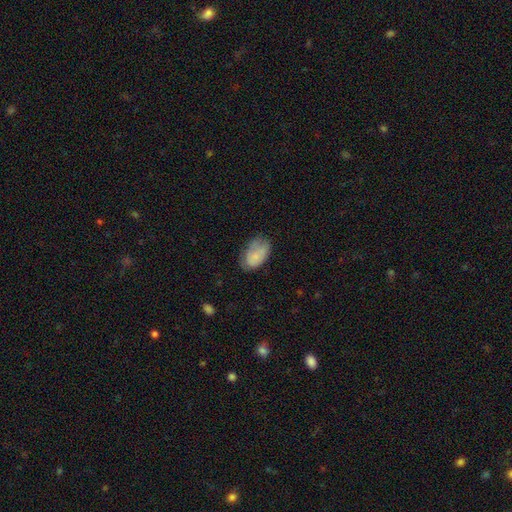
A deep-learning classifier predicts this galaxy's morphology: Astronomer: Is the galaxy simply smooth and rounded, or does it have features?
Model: smooth — 74%.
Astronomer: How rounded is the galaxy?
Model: in between — 91%.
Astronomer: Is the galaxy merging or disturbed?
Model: none — 55% (runner-up: minor disturbance, 31%).